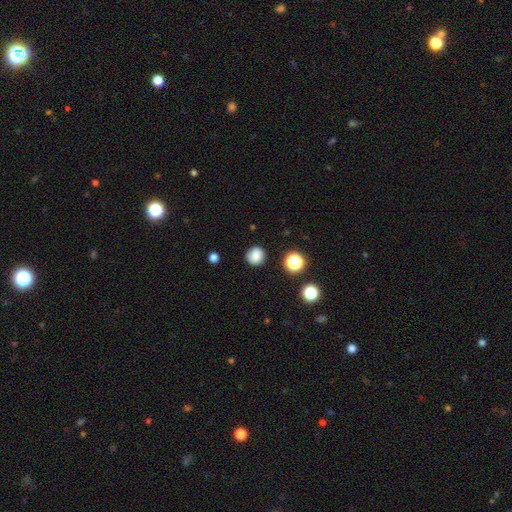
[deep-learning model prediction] smooth-or-featured: smooth: 81% | star or artifact: 12% | featured or disk: 7%
  how-rounded: round: 87% | in between: 12% | cigar-shaped: 1%
  merging: none: 84% | minor disturbance: 11% | major disturbance: 3% | merger: 2%